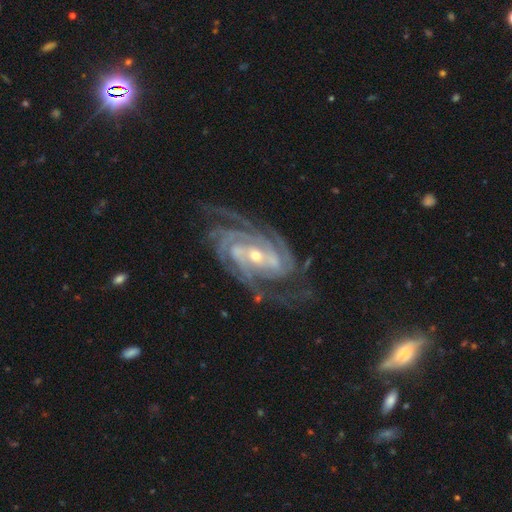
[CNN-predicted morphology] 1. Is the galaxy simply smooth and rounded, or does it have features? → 93% featured or disk, 5% star or artifact, 2% smooth.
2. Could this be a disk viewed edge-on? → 97% no, 3% yes.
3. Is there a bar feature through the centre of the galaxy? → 35% weak, 34% no, 31% strong.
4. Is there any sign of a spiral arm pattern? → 99% yes, 1% no.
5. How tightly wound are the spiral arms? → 70% tight, 27% medium, 3% loose.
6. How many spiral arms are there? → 31% 4, 29% 3, 14% 2, 11% can't tell, 8% more than 4, 6% 1.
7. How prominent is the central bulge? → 54% small, 43% moderate, 2% large, 1% none, 1% dominant.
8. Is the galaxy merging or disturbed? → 73% none, 17% minor disturbance, 8% major disturbance, 2% merger.